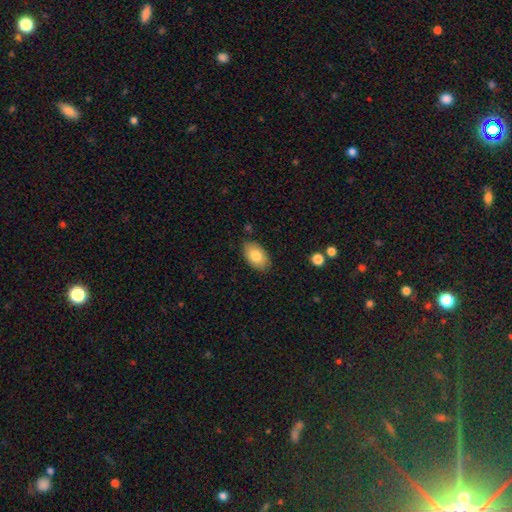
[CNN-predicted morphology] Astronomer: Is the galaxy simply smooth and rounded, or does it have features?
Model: smooth — 81%.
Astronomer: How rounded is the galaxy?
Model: in between — 93%.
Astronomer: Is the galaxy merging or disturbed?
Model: none — 84%.